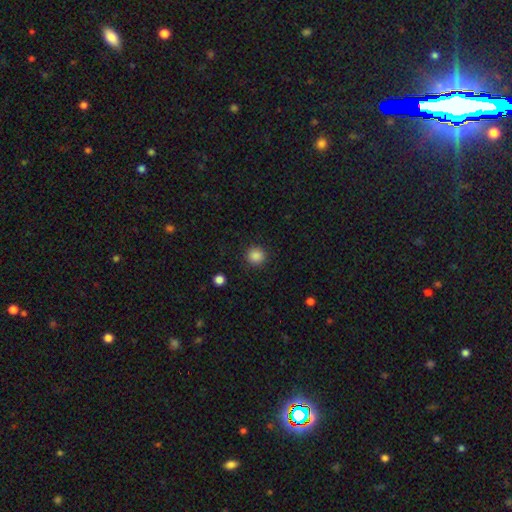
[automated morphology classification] Smooth or featured? Predicted: smooth (p=0.86). How rounded? Predicted: round (p=0.92). Merging? Predicted: none (p=0.90).